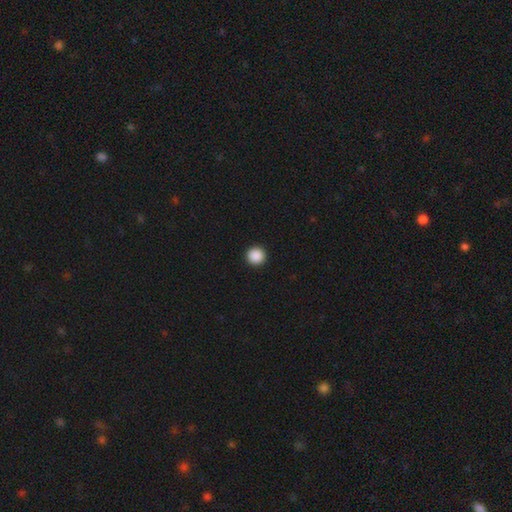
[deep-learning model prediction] A smooth galaxy with no disk features (89%) that is round (96%).

Vote fractions:
- Smooth or featured? smooth: 89% / star or artifact: 9% / featured or disk: 2%
- How rounded? round: 96% / in between: 3% / cigar-shaped: 1%
- Merging? none: 94% / minor disturbance: 4% / major disturbance: 1% / merger: 1%